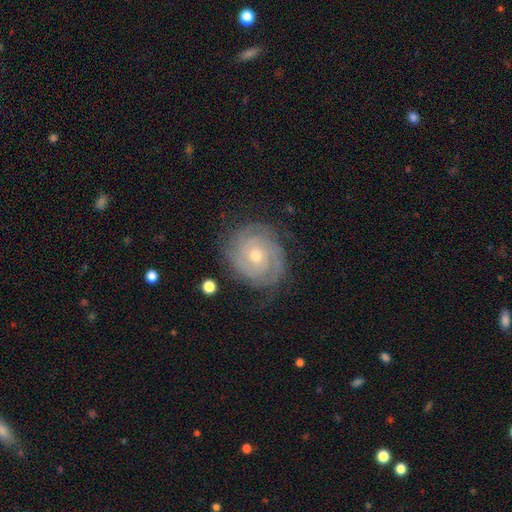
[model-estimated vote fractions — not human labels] This is clearly a featured or disk galaxy (86%). It is clearly not viewed edge-on (97%). Bar: likely no (76%). Spiral arm pattern: clearly yes (96%). Spiral arm count: marginally 2 (28%). Spiral winding: likely tight (79%). Central bulge: possibly moderate (56%). Merging: likely none (75%).